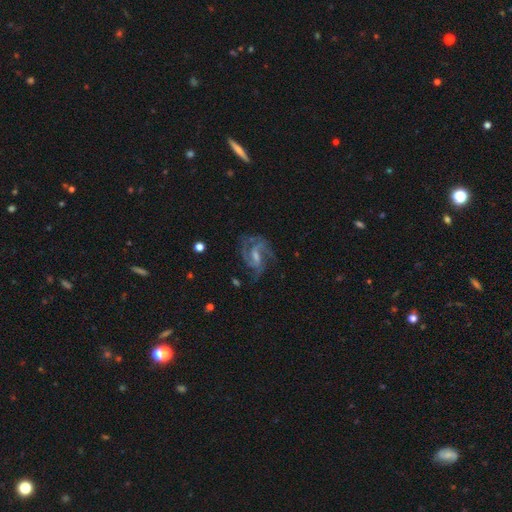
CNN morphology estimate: This is clearly a featured or disk galaxy (88%). It is clearly not viewed edge-on (98%). Bar: possibly weak (53%). Spiral arm pattern: clearly yes (97%). Spiral arm count: marginally 3 (43%). Spiral winding: possibly medium (57%). Central bulge: marginally small (43%). Merging: likely none (64%).